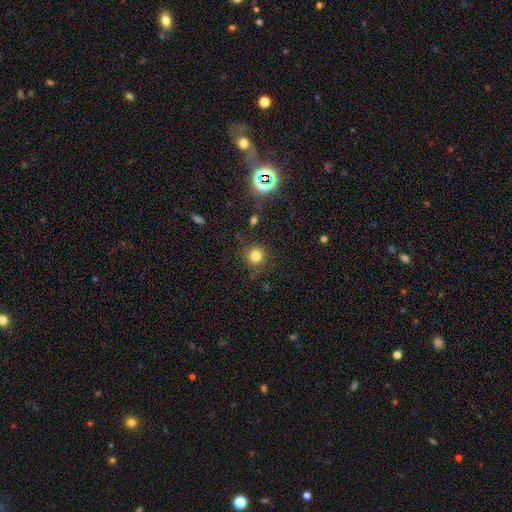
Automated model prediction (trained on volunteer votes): Smooth or featured: smooth — 78% (star or artifact — 16%)
How rounded: round — 90% (in between — 9%)
Merging: none — 84% (minor disturbance — 10%)